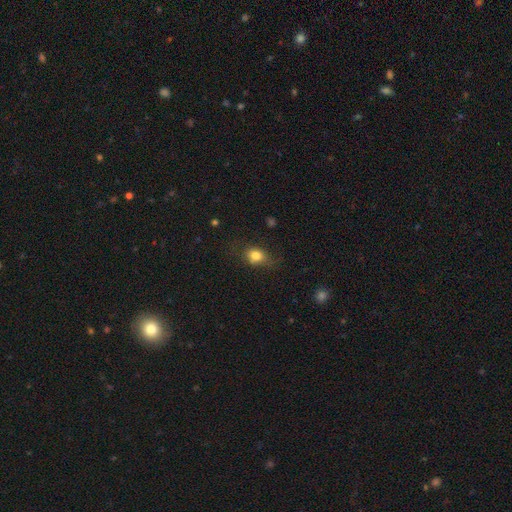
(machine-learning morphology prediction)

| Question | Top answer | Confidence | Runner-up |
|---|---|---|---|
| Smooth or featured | smooth | 80% | star or artifact (11%) |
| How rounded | in between | 57% | round (41%) |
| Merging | none | 64% | minor disturbance (25%) |